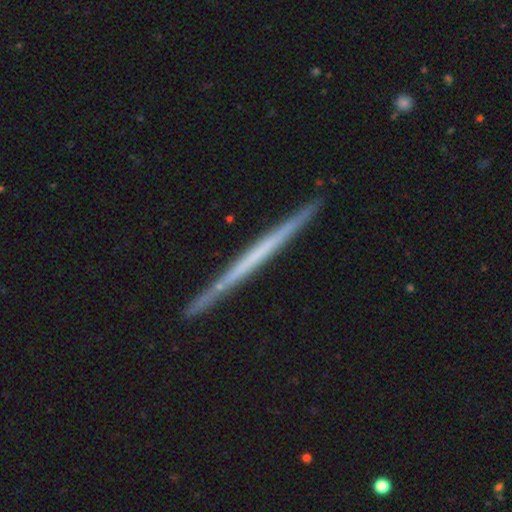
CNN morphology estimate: Q: Smooth or featured?
A: featured or disk (61%); runner-up: smooth (33%)
Q: Edge-on disk?
A: yes (98%); runner-up: no (2%)
Q: Edge-on bulge?
A: none (91%); runner-up: rounded (5%)
Q: Merging?
A: none (90%); runner-up: minor disturbance (8%)